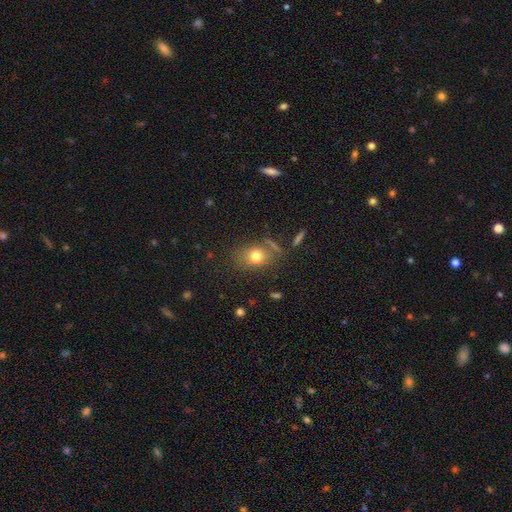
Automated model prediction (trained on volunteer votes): Smooth or featured? smooth (75%)
How rounded? in between (55%)
Merging? none (69%)